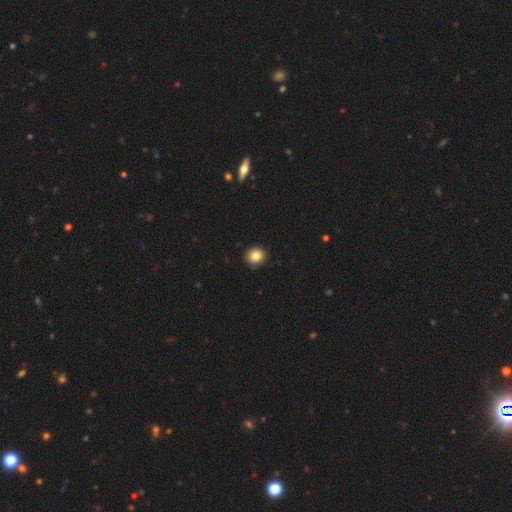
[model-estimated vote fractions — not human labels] Q: Smooth or featured?
A: smooth (84%); runner-up: star or artifact (10%)
Q: How rounded?
A: round (85%); runner-up: in between (14%)
Q: Merging?
A: none (91%); runner-up: minor disturbance (6%)